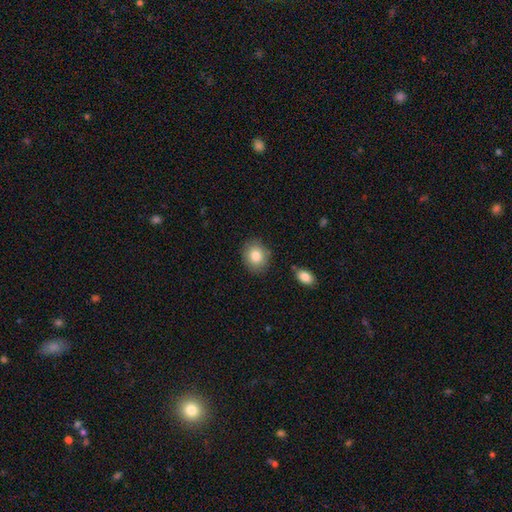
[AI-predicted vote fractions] A smooth galaxy with no disk features (83%) that is round (62%). Merging: none (85%).